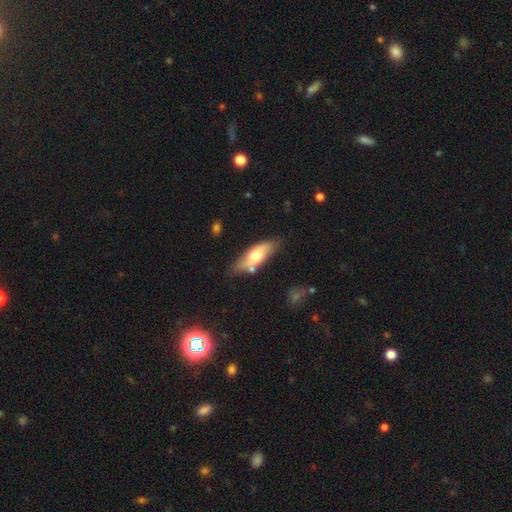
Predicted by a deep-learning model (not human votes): Smooth or featured? Predicted: smooth (p=0.60). How rounded? Predicted: in between (p=0.69). Merging? Predicted: none (p=0.69).